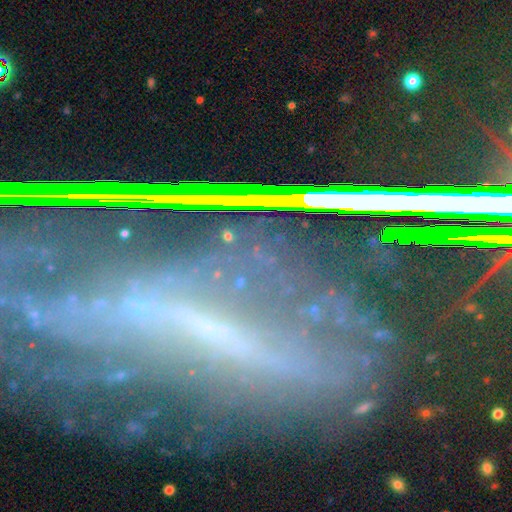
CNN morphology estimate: A featured or disk galaxy (59%).

Vote fractions:
- Smooth or featured? featured or disk: 59% / star or artifact: 30% / smooth: 11%
- Edge-on disk? no: 68% / yes: 32%
- Merging? none: 62% / minor disturbance: 17% / major disturbance: 16% / merger: 5%